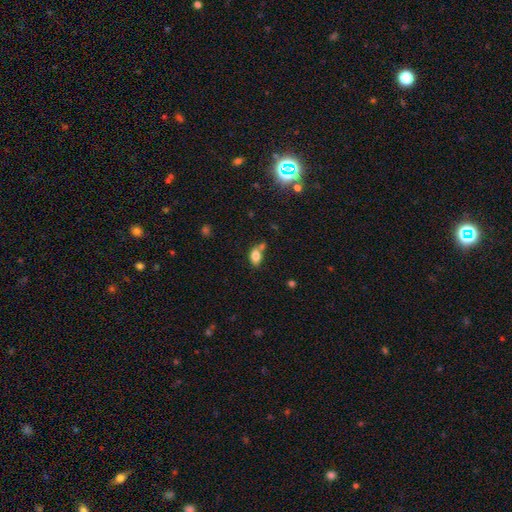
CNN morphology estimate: Overall: smooth (81%). How rounded: in between (87%). Merging: none (46%; merger 28%).